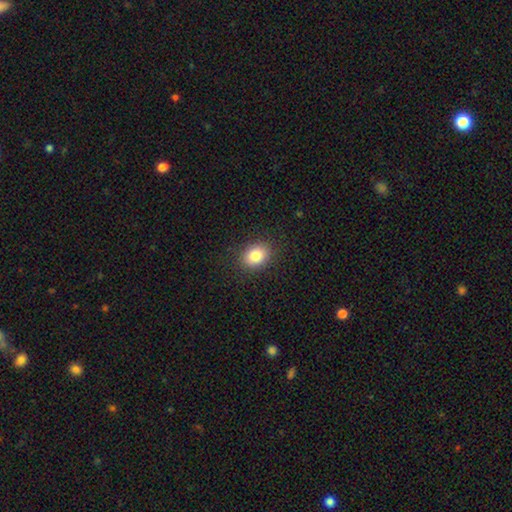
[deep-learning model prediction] smooth-or-featured: smooth: 83% | star or artifact: 10% | featured or disk: 7%
  how-rounded: in between: 57% | round: 42% | cigar-shaped: 1%
  merging: none: 88% | minor disturbance: 8% | major disturbance: 3% | merger: 1%